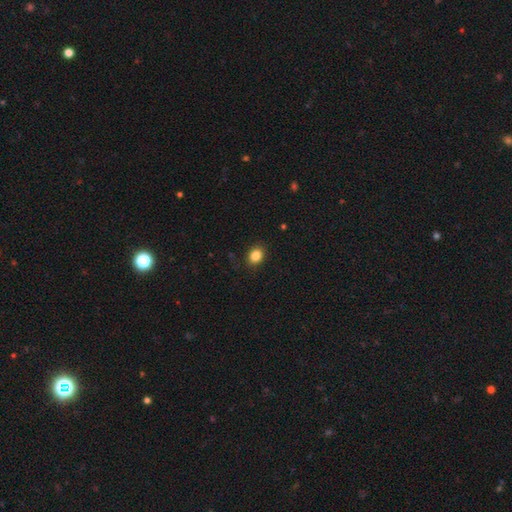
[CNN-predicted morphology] This appears to be a smooth galaxy with no disk features (85%) that is in between round and cigar-shaped (55%). Merging: none (88%).